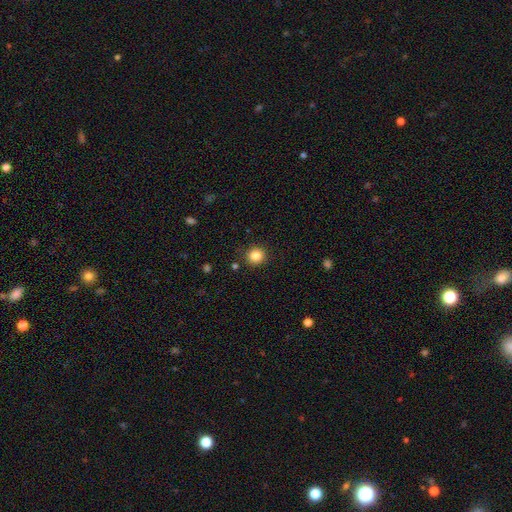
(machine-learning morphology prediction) A smooth galaxy with no disk features (85%) that is round (91%). Merging: none (90%).